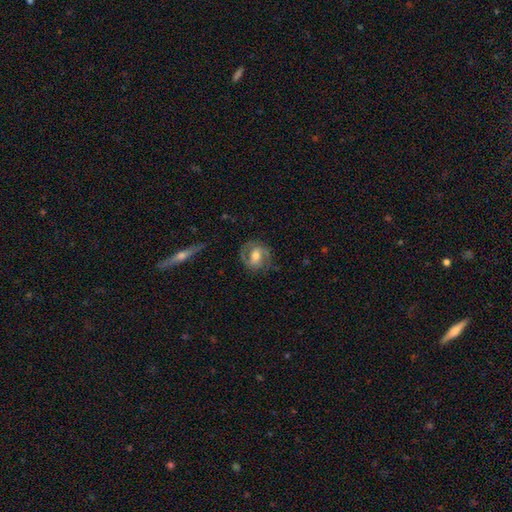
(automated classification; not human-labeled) This appears to be a featured or disk galaxy (66%) with a weak bar (43%), 2 (83%) medium (48%) spiral arms (85%) and a moderate central bulge (65%). Merging: none (72%).